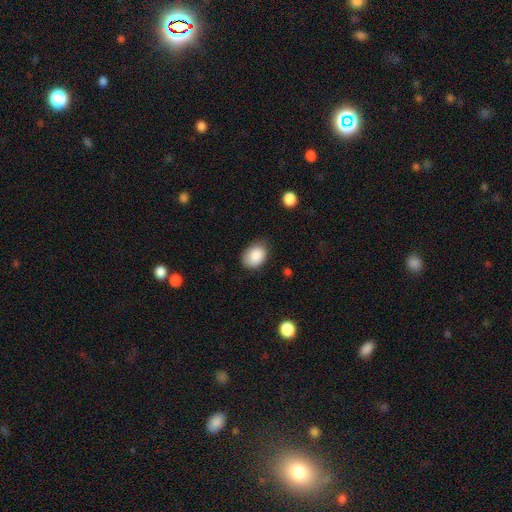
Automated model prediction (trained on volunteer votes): Smooth or featured? Predicted: smooth (p=0.87). How rounded? Predicted: in between (p=0.73). Merging? Predicted: none (p=0.73).